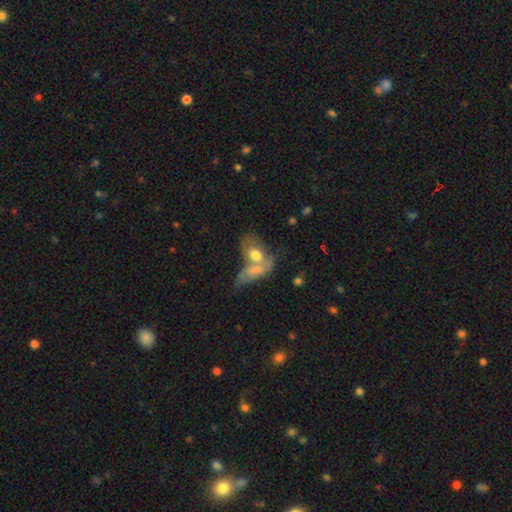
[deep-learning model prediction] smooth_or_featured: smooth (p=0.66) [alt: featured or disk p=0.27]
how_rounded: in between (p=0.81) [alt: round p=0.14]
merging: merger (p=0.63) [alt: none p=0.19]